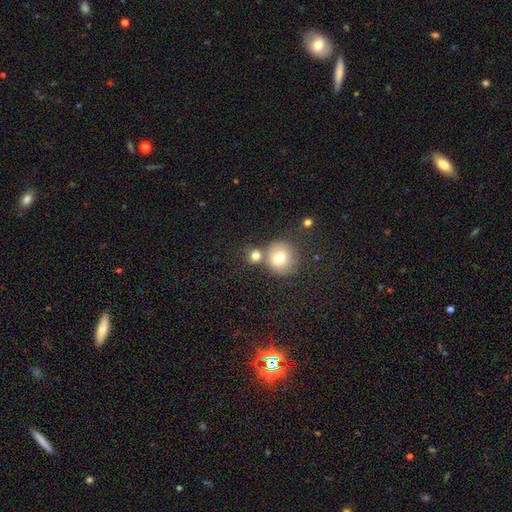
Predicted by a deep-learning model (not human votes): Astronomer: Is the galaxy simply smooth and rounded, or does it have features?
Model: smooth — 76%.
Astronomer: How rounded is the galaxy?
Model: round — 87%.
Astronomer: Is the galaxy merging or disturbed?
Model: none — 57%.